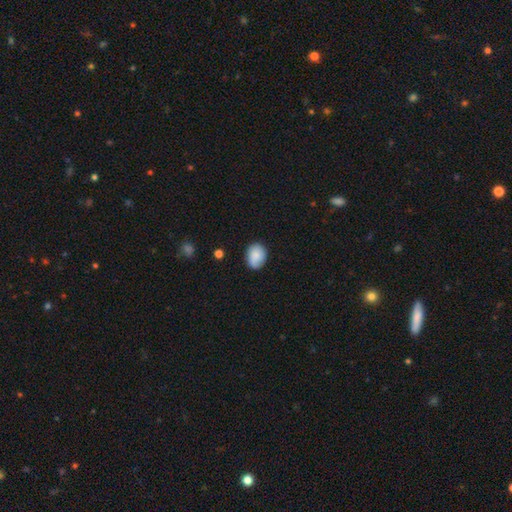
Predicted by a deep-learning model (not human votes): A smooth galaxy with no disk features (85%) that is in between round and cigar-shaped (57%).

Vote fractions:
- Smooth or featured? smooth: 85% / featured or disk: 7% / star or artifact: 7%
- How rounded? in between: 57% / round: 42% / cigar-shaped: 1%
- Merging? none: 78% / minor disturbance: 17% / major disturbance: 3% / merger: 2%